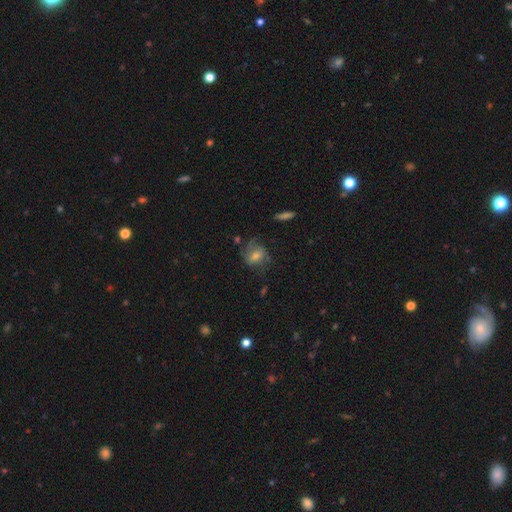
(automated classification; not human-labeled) smooth_or_featured: smooth (p=0.50) [alt: featured or disk p=0.40]
merging: none (p=0.50) [alt: minor disturbance p=0.25]